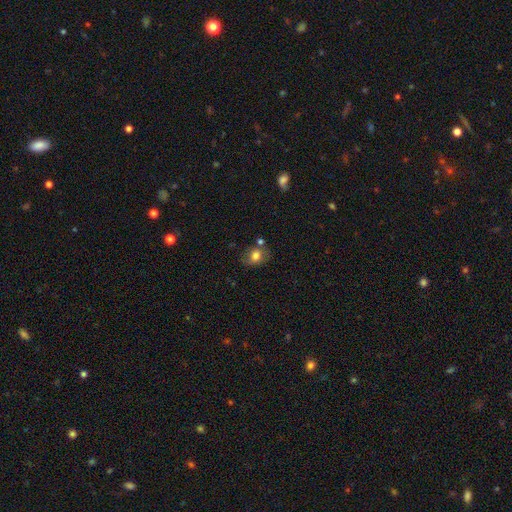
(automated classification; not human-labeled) Smooth or featured? Predicted: smooth (p=0.74). How rounded? Predicted: round (p=0.55). Merging? Predicted: none (p=0.61).